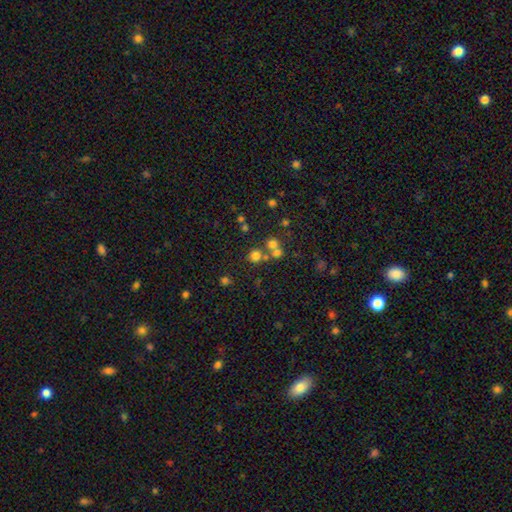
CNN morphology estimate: The model was most divided on "merging": none: 63%, merger: 26%, minor disturbance: 7%, major disturbance: 3%. More confident: how rounded — round (91%); smooth or featured — smooth (68%).